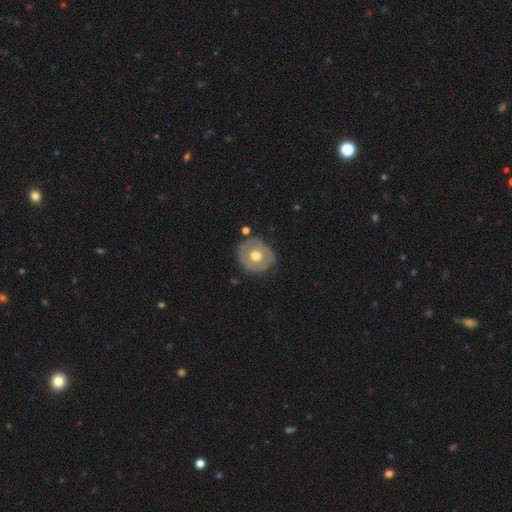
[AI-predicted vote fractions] Overall: smooth (48%; featured or disk 46%). Merging: none (77%).